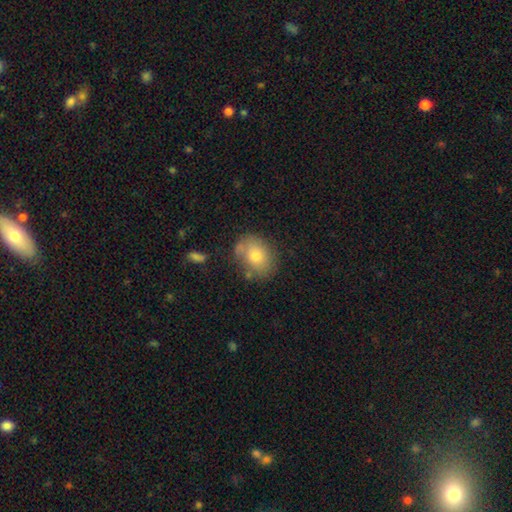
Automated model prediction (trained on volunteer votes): Morphology: type=smooth (73%); roundness=in between (57%); merging=none (68%).